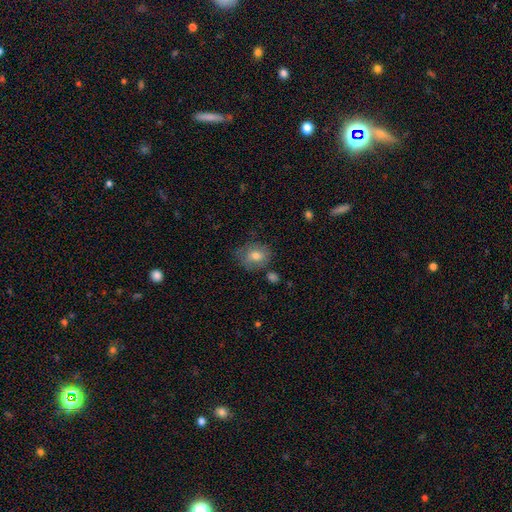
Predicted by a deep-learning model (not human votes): Smooth or featured? Predicted: smooth (p=0.73). How rounded? Predicted: round (p=0.53). Merging? Predicted: none (p=0.67).